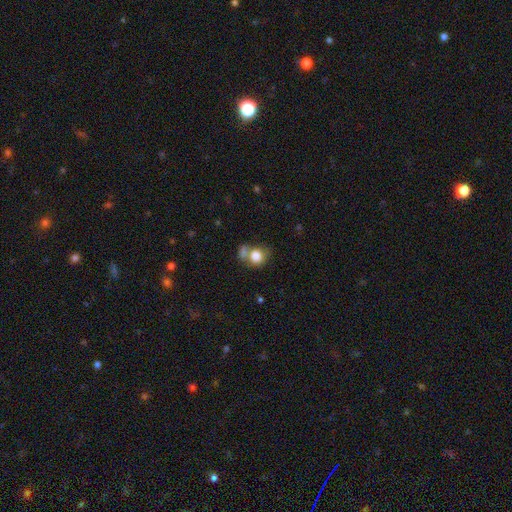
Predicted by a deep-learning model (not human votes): Overall: smooth (80%). How rounded: round (73%). Merging: none (42%; merger 36%).